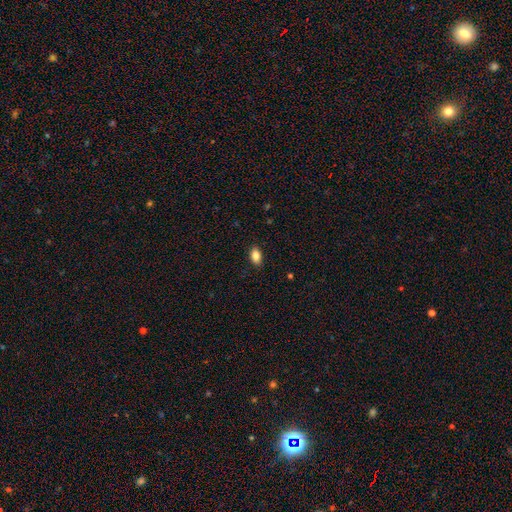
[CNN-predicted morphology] This is clearly a smooth galaxy (85%). How rounded: clearly in between (90%). Merging: clearly none (88%).